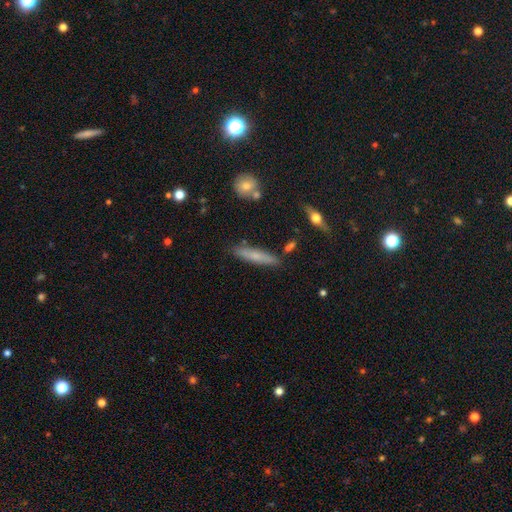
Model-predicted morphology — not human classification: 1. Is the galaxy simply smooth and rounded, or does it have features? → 61% smooth, 31% featured or disk, 7% star or artifact.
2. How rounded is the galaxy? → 86% cigar-shaped, 12% in between, 2% round.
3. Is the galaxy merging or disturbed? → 84% none, 11% minor disturbance, 3% merger, 2% major disturbance.